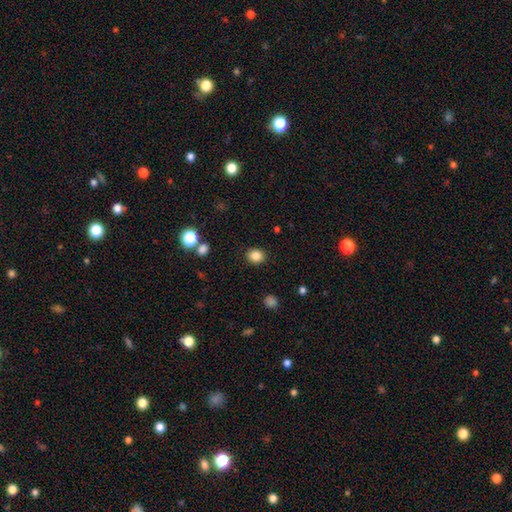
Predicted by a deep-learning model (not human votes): This appears to be a smooth galaxy with no disk features (85%) that is round (71%). Merging: none (89%).